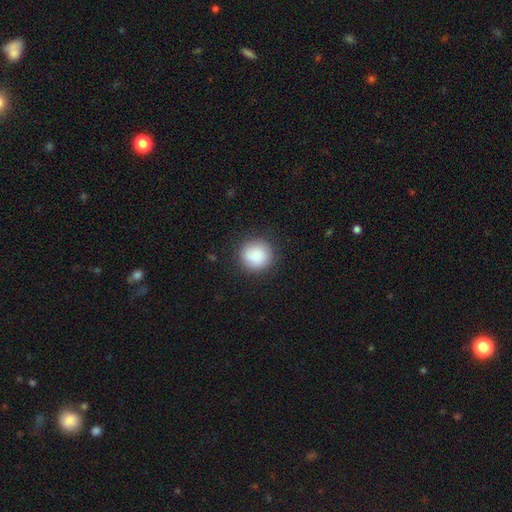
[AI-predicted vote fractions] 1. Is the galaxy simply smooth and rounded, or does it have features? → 87% smooth, 7% star or artifact, 5% featured or disk.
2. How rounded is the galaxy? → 93% round, 6% in between, 1% cigar-shaped.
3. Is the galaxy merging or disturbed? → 89% none, 8% minor disturbance, 3% major disturbance, 1% merger.